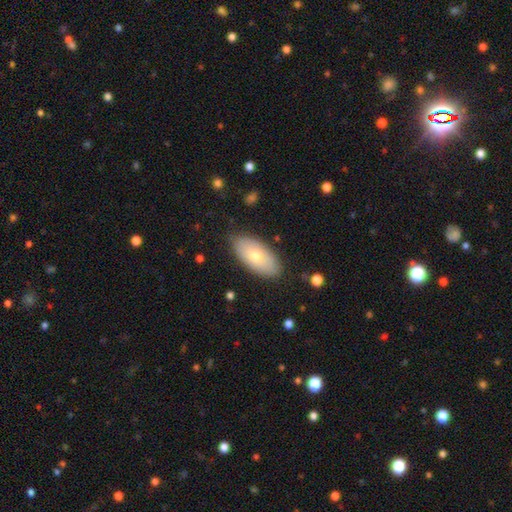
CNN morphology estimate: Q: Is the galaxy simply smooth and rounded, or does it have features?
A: smooth — 67%.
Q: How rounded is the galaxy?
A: in between — 92%.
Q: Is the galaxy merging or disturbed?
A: none — 83%.